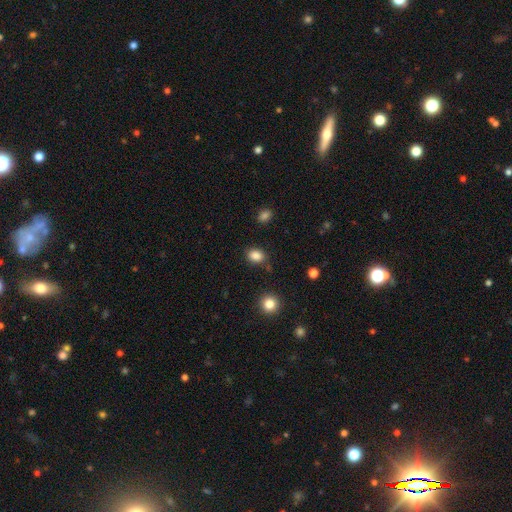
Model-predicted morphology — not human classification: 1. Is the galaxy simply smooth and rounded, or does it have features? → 85% smooth, 11% star or artifact, 4% featured or disk.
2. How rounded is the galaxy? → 66% in between, 33% round, 1% cigar-shaped.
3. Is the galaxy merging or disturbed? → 79% none, 13% minor disturbance, 4% major disturbance, 3% merger.